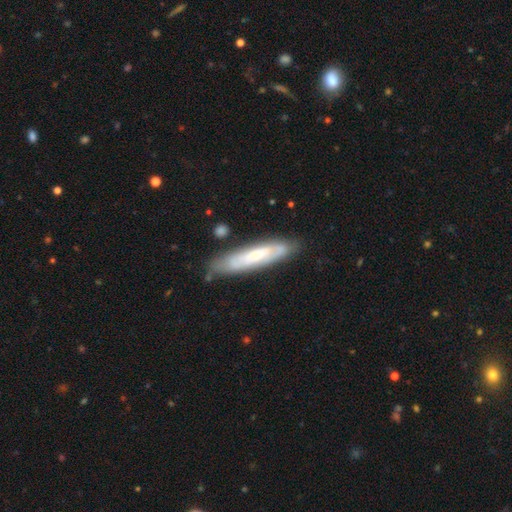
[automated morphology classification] A featured or disk galaxy (49%).

Vote fractions:
- Smooth or featured? featured or disk: 49% / smooth: 45% / star or artifact: 6%
- Merging? none: 76% / minor disturbance: 17% / major disturbance: 4% / merger: 3%